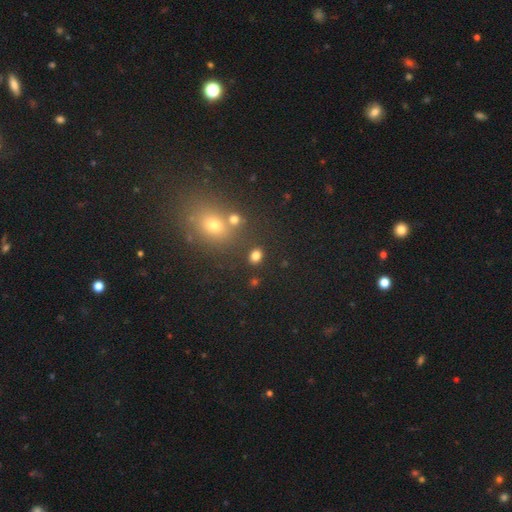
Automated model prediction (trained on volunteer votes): Smooth or featured? smooth (80%)
How rounded? in between (52%)
Merging? none (81%)